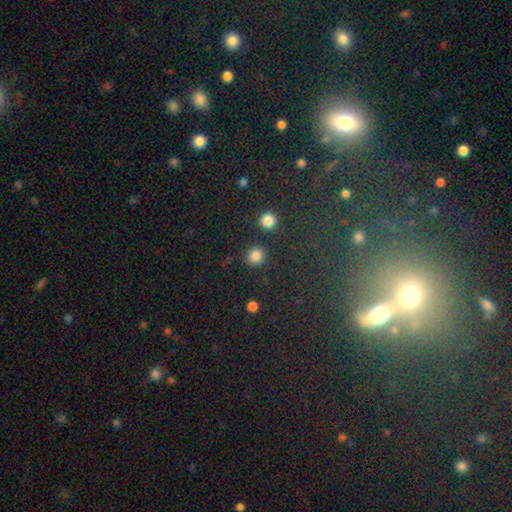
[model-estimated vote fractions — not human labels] The model was most divided on "smooth or featured": smooth: 84%, star or artifact: 12%, featured or disk: 4%. More confident: how rounded — round (90%); merging — none (86%).